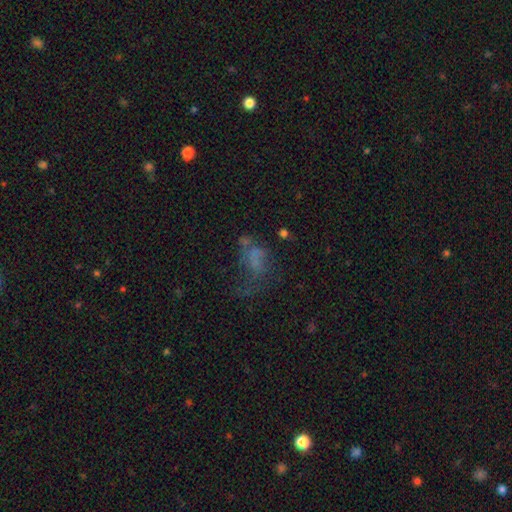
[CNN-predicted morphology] type=smooth (39%); merging=major disturbance (43%).